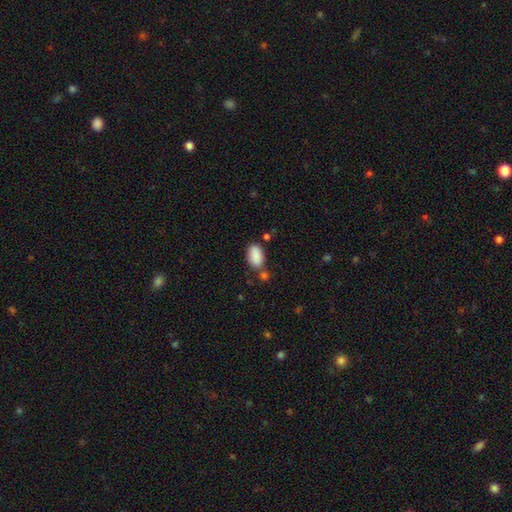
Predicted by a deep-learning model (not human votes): A smooth galaxy with no disk features (89%) that is in between round and cigar-shaped (93%). Merging: none (65%).